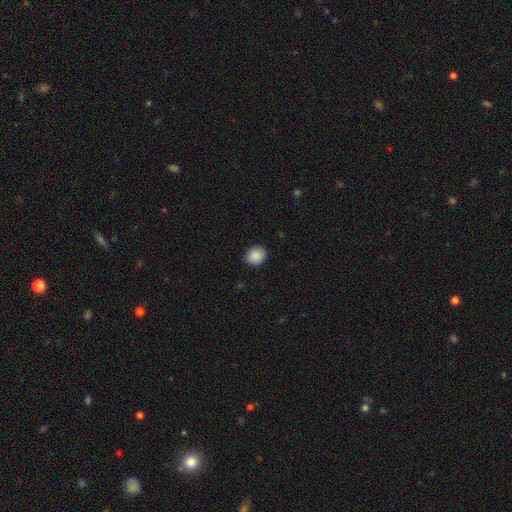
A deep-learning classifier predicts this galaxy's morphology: Smooth or featured?
  - smooth: 89% *
  - star or artifact: 8%
  - featured or disk: 3%
How rounded?
  - round: 64% *
  - in between: 35%
  - cigar-shaped: 1%
Merging?
  - none: 88% *
  - minor disturbance: 9%
  - major disturbance: 2%
  - merger: 1%